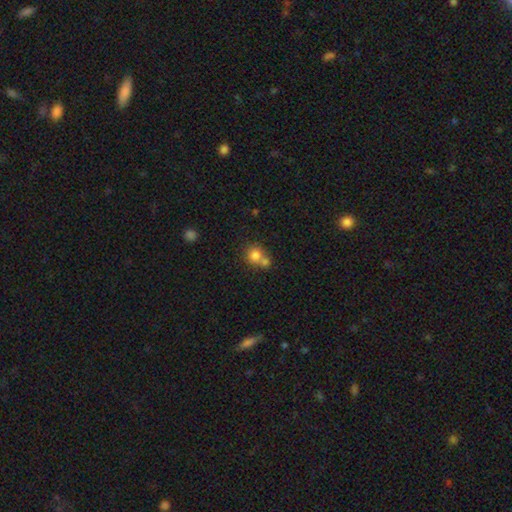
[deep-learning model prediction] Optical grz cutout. It shows a smooth galaxy with no disk features (79%) that is round (85%). Merging: merger (47%).